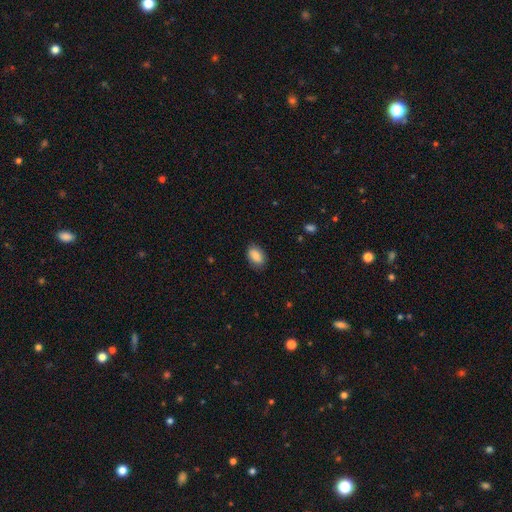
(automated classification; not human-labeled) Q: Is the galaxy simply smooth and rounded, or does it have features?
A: smooth — 85%.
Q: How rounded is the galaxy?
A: in between — 88%.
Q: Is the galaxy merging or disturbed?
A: none — 83%.